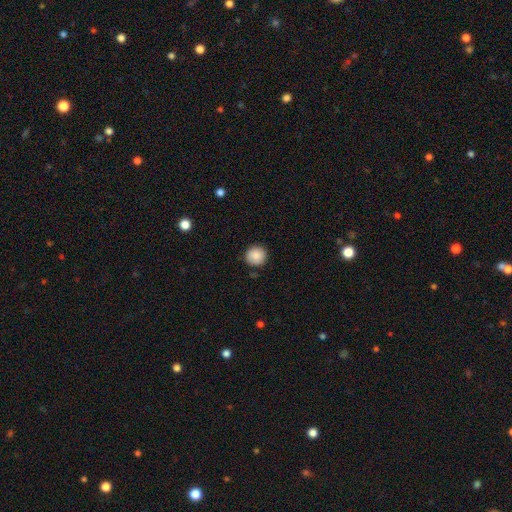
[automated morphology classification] smooth 87%, star or artifact 8%, featured or disk 4%. Down the decision tree: how rounded — round (93%); merging — none (89%).